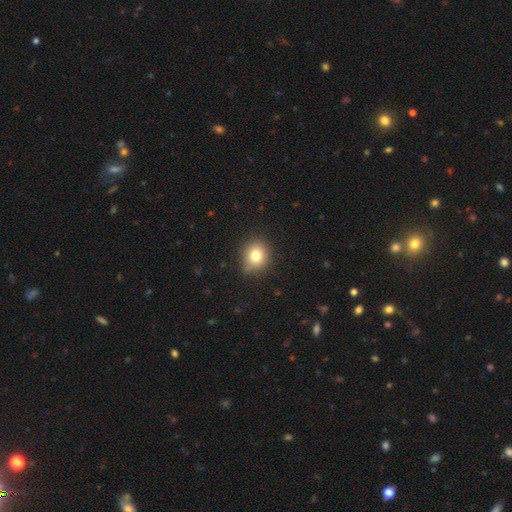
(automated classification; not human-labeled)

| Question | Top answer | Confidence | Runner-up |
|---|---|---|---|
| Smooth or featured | smooth | 78% | star or artifact (12%) |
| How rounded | round | 78% | in between (21%) |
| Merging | none | 82% | minor disturbance (14%) |